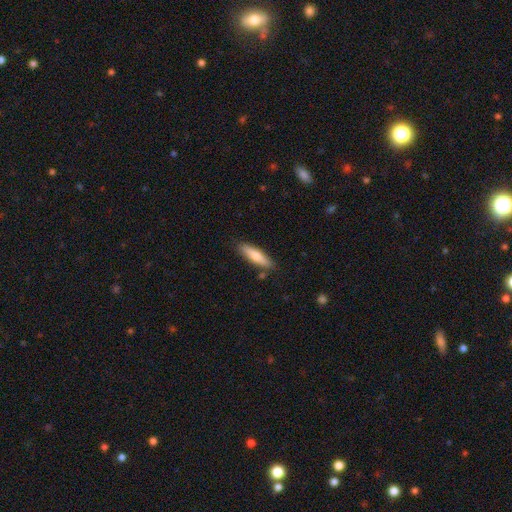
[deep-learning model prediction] This is likely a smooth galaxy (69%). How rounded: likely cigar-shaped (70%). Merging: clearly none (84%).